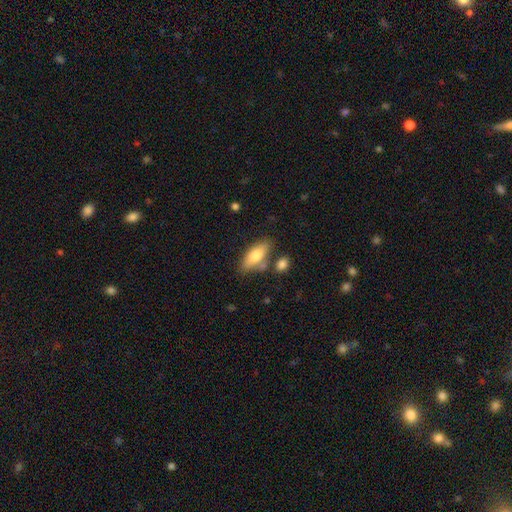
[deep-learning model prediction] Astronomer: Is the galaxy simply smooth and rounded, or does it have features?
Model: smooth — 71%.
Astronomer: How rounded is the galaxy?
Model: in between — 73%.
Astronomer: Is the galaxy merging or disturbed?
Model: none — 65%.